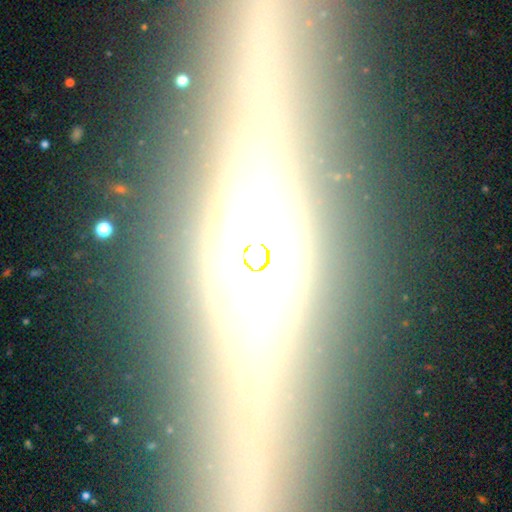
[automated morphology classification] featured or disk 57%, smooth 23%, star or artifact 20%. Down the decision tree: edge-on disk — yes (82%); merging — none (87%).